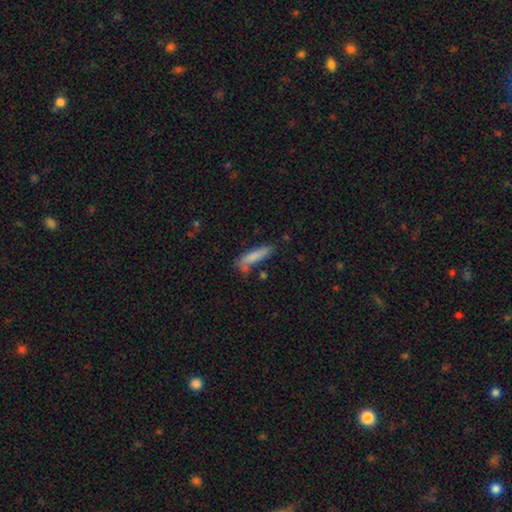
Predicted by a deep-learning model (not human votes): Smooth or featured? Predicted: smooth (p=0.80). How rounded? Predicted: cigar-shaped (p=0.74). Merging? Predicted: none (p=0.61).